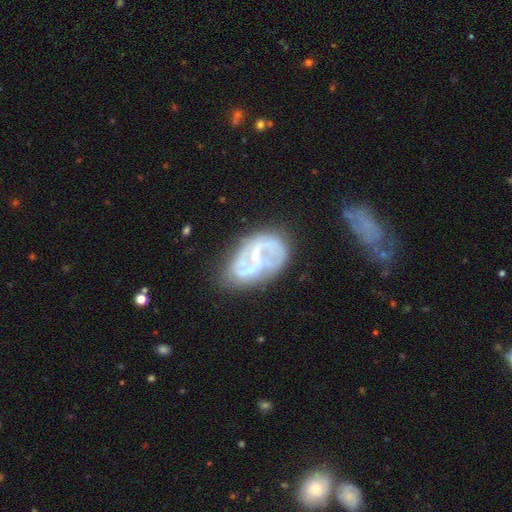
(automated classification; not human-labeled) Morphology: type=featured or disk (77%); edge-on=no (97%); bar=no (46%); spiral arms=yes (73%); winding=medium (41%); arm count=2 (50%); bulge=small (60%); merging=none (49%).